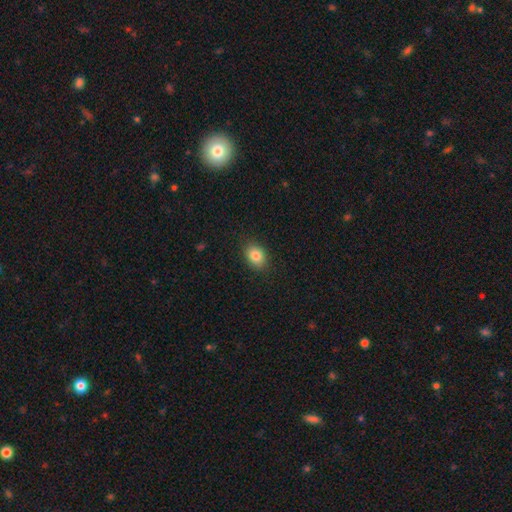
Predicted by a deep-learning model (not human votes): This is clearly a smooth galaxy (84%). How rounded: likely in between (67%). Merging: clearly none (88%).